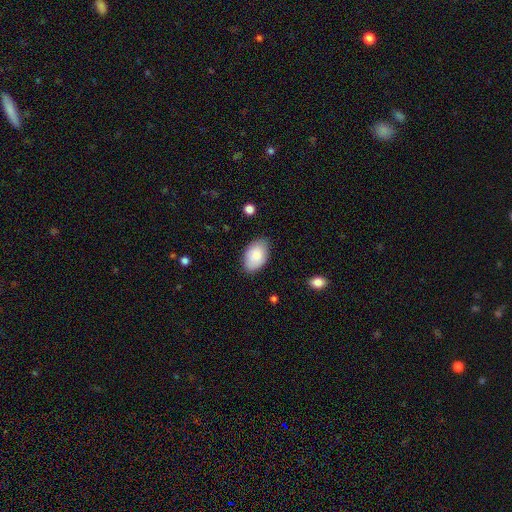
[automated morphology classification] Smooth or featured? Predicted: smooth (p=0.85). How rounded? Predicted: in between (p=0.92). Merging? Predicted: none (p=0.79).